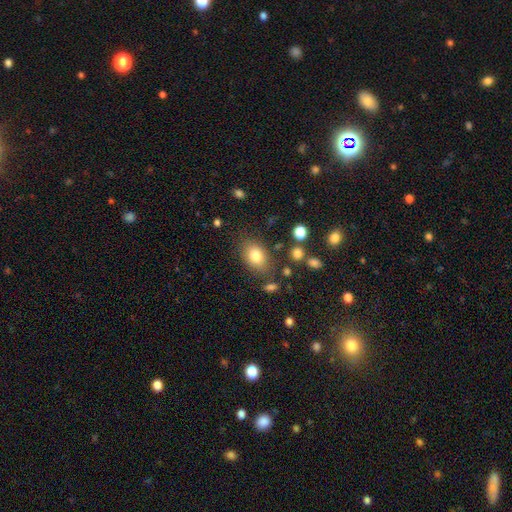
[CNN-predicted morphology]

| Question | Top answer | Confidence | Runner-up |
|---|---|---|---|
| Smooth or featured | smooth | 80% | featured or disk (10%) |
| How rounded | in between | 75% | round (23%) |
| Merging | none | 78% | minor disturbance (13%) |